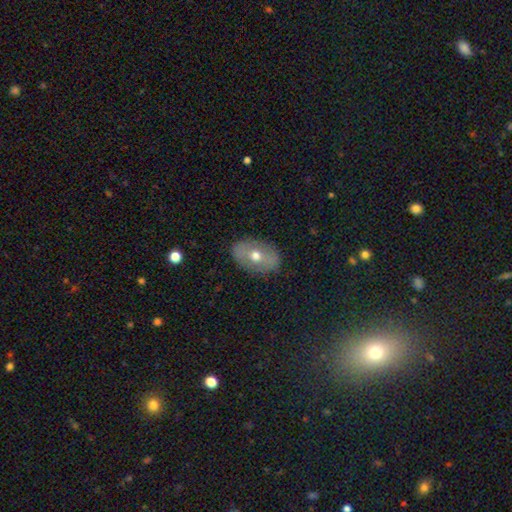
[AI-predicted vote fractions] Q: Smooth or featured?
A: smooth (46%); runner-up: featured or disk (43%)
Q: Merging?
A: none (85%); runner-up: minor disturbance (11%)